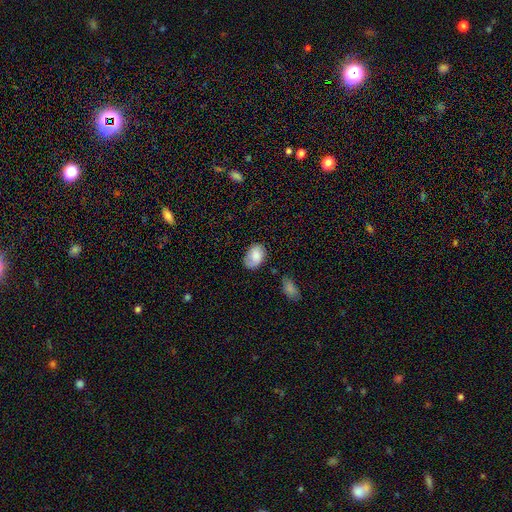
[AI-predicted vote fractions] The model was most divided on "merging": none: 65%, minor disturbance: 25%, major disturbance: 7%, merger: 3%. More confident: how rounded — in between (84%); smooth or featured — smooth (75%).